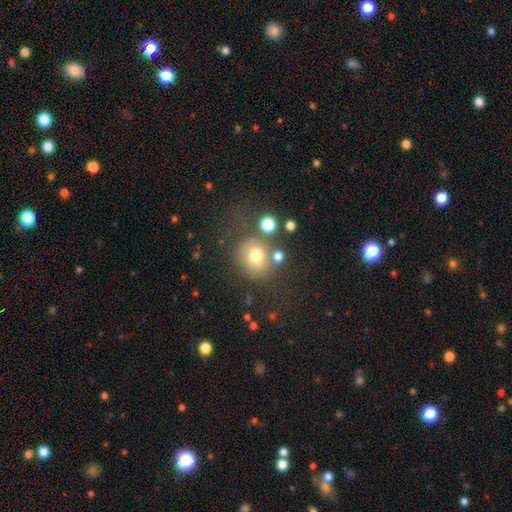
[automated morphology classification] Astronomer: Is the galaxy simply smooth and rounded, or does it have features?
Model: smooth — 71%.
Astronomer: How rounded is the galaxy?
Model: round — 78%.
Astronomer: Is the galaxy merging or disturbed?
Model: none — 65%.